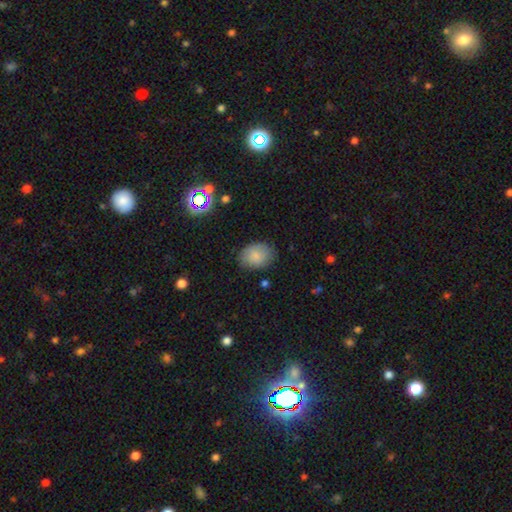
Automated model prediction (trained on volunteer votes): smooth_or_featured: smooth (p=0.83) [alt: featured or disk p=0.09]
how_rounded: in between (p=0.67) [alt: round p=0.32]
merging: none (p=0.78) [alt: minor disturbance p=0.17]